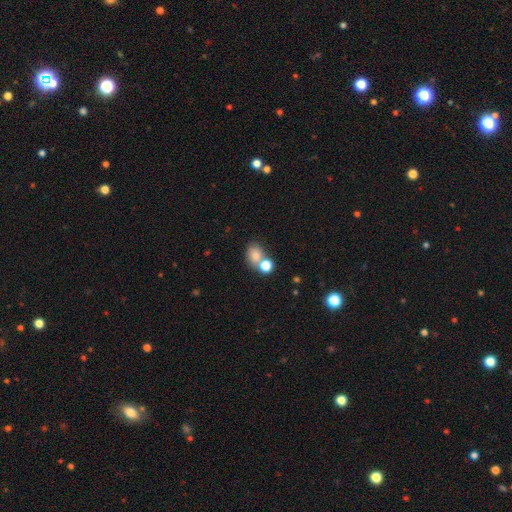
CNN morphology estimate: Smooth or featured: smooth — 78% (star or artifact — 13%)
How rounded: round — 52% (in between — 47%)
Merging: none — 47% (merger — 39%)